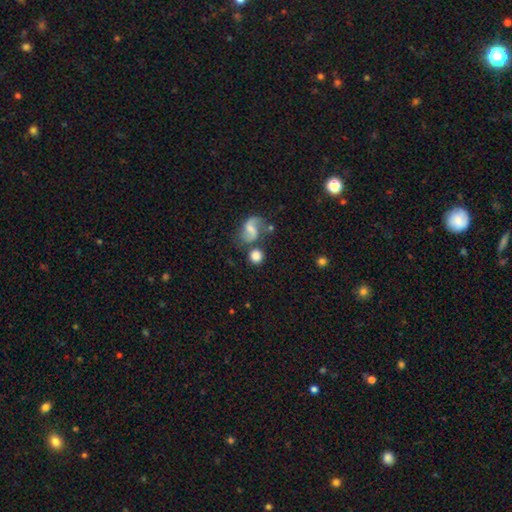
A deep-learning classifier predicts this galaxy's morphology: The model was most divided on "smooth or featured": smooth: 67%, featured or disk: 24%, star or artifact: 10%. More confident: how rounded — round (85%); merging — none (67%).